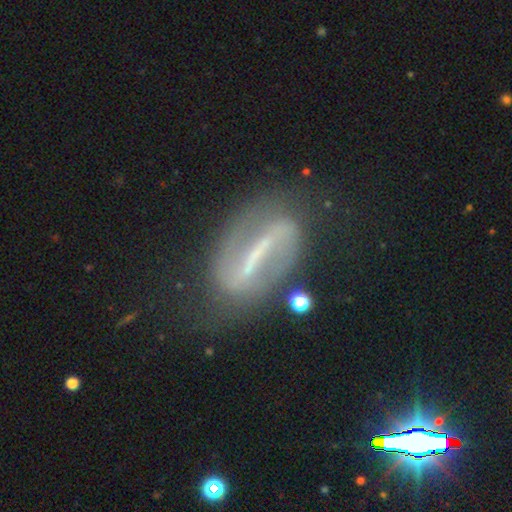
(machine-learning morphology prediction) smooth_or_featured: featured or disk (p=0.80) [alt: smooth p=0.11]
disk_edge_on: no (p=0.87) [alt: yes p=0.13]
bar: strong (p=0.79) [alt: weak p=0.15]
has_spiral_arms: yes (p=0.79) [alt: no p=0.21]
spiral_winding: medium (p=0.39) [alt: loose p=0.37]
spiral_arm_count: 2 (p=0.84) [alt: can't tell p=0.08]
bulge_size: small (p=0.48) [alt: none p=0.35]
merging: none (p=0.69) [alt: minor disturbance p=0.17]